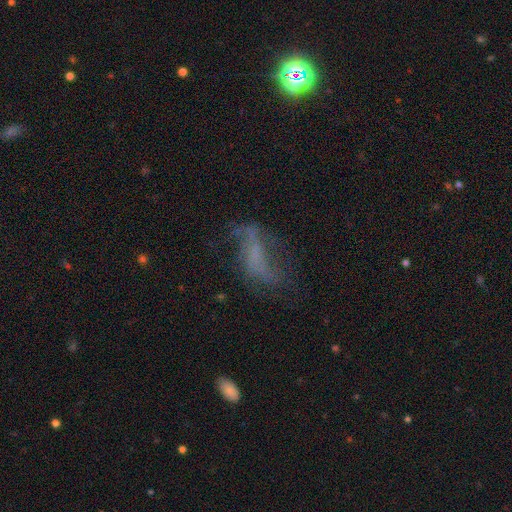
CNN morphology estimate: Smooth or featured: featured or disk — 52% (smooth — 29%)
Edge-on disk: no — 90% (yes — 10%)
Merging: none — 48% (major disturbance — 27%)